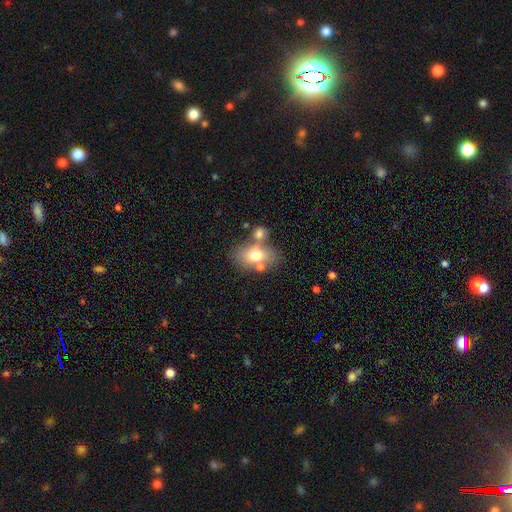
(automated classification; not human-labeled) Smooth or featured? smooth (67%)
How rounded? in between (79%)
Merging? none (49%)